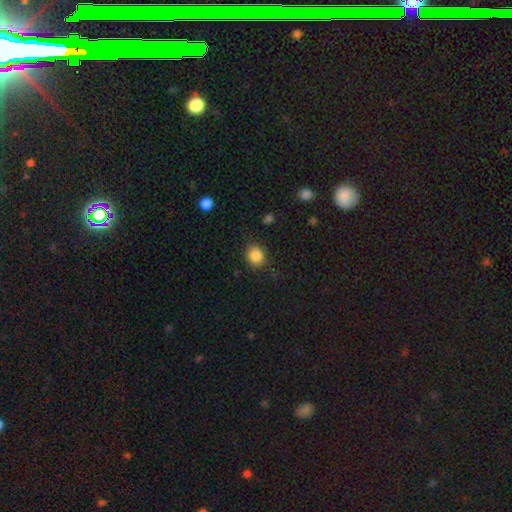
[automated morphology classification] The model was most divided on "how rounded": round: 72%, in between: 27%, cigar-shaped: 1%. More confident: smooth or featured — smooth (86%); merging — none (82%).